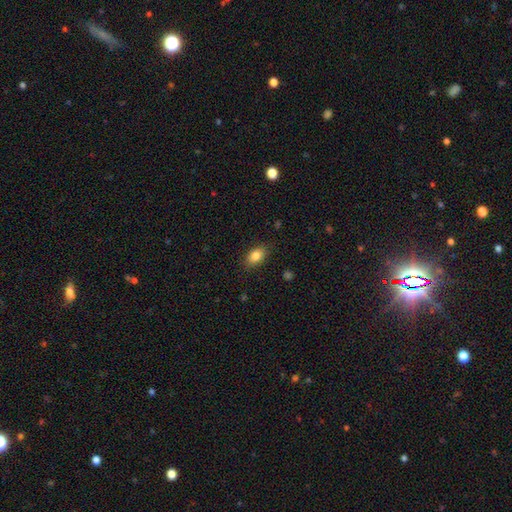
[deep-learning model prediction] Smooth or featured?
  - smooth: 85% *
  - star or artifact: 8%
  - featured or disk: 7%
How rounded?
  - in between: 86% *
  - round: 12%
  - cigar-shaped: 2%
Merging?
  - none: 85% *
  - minor disturbance: 11%
  - major disturbance: 3%
  - merger: 1%